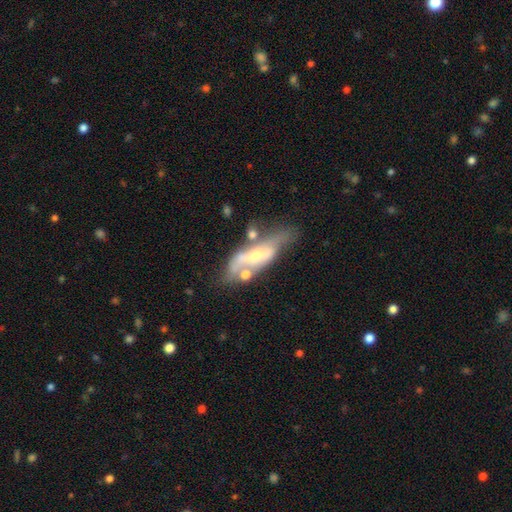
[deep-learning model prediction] Morphology: type=featured or disk (66%); edge-on=no (75%); merging=none (37%).